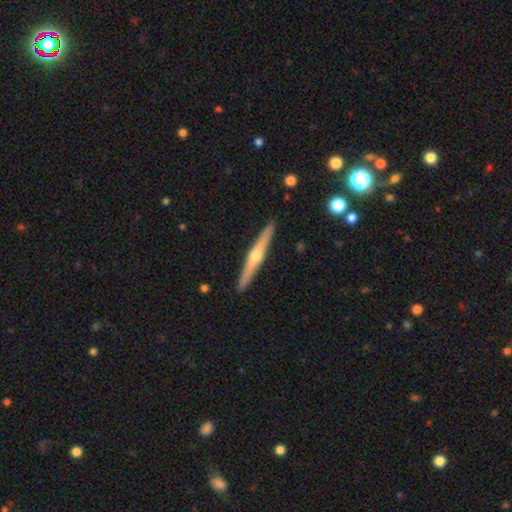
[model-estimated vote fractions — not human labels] Smooth or featured: featured or disk — 74% (smooth — 21%)
Edge-on disk: yes — 98% (no — 2%)
Edge-on bulge: rounded — 92% (none — 6%)
Merging: none — 92% (minor disturbance — 6%)